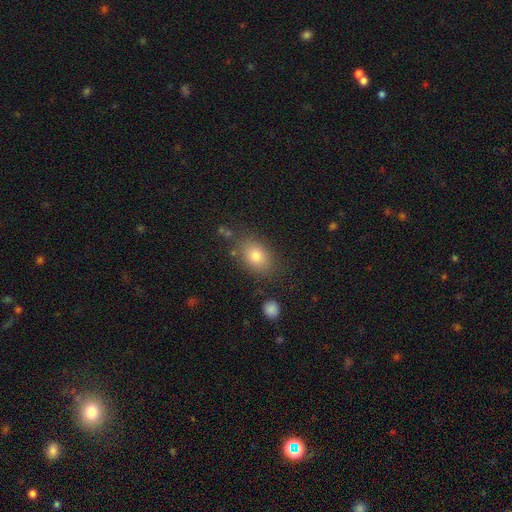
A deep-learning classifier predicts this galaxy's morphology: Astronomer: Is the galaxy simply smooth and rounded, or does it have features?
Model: smooth — 79%.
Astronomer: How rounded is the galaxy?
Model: in between — 77%.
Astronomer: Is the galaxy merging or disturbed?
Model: none — 78%.